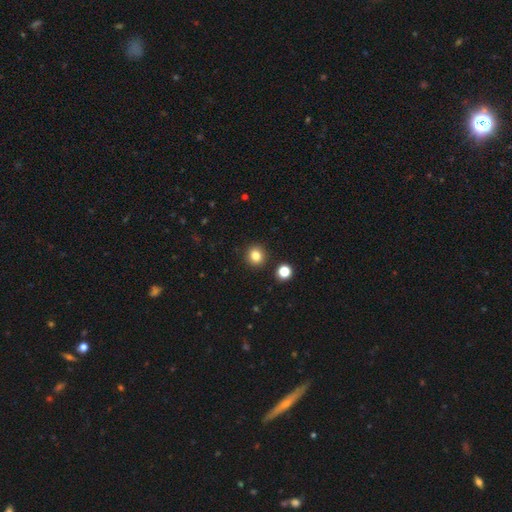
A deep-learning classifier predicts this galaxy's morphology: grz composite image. It shows a smooth galaxy with no disk features (82%) that is round (89%). Merging: none (90%).